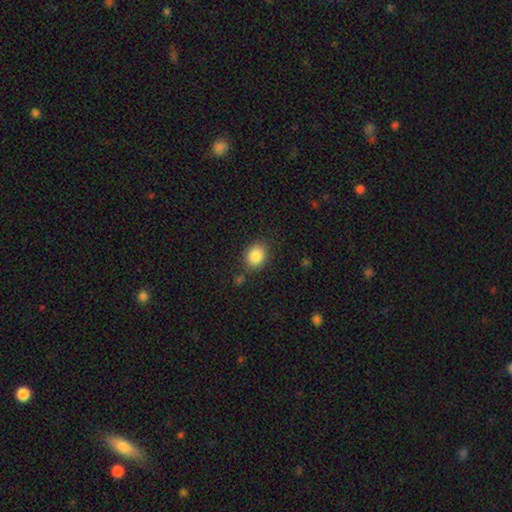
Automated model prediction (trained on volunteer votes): smooth 86%, star or artifact 9%, featured or disk 5%. Down the decision tree: how rounded — round (62%); merging — none (80%).